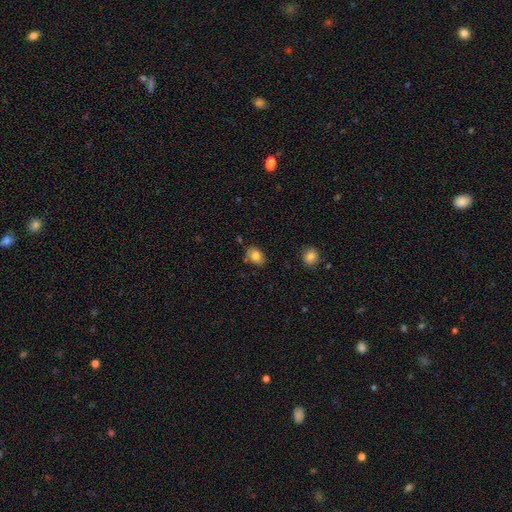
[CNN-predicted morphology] This appears to be a smooth galaxy with no disk features (81%) that is in between round and cigar-shaped (74%). Merging: none (77%).